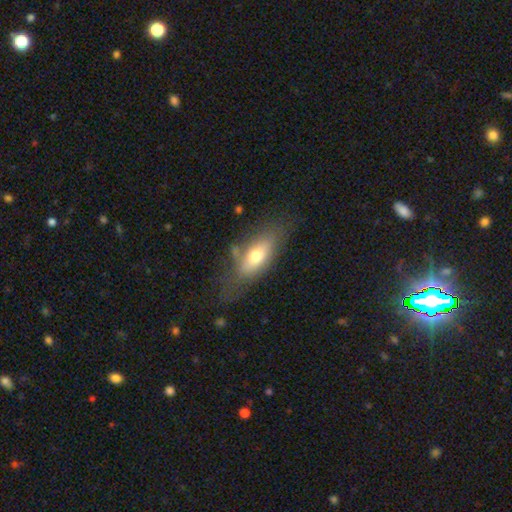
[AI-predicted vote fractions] smooth_or_featured: smooth (p=0.62) [alt: featured or disk p=0.29]
how_rounded: in between (p=0.79) [alt: cigar-shaped p=0.15]
merging: none (p=0.52) [alt: minor disturbance p=0.25]